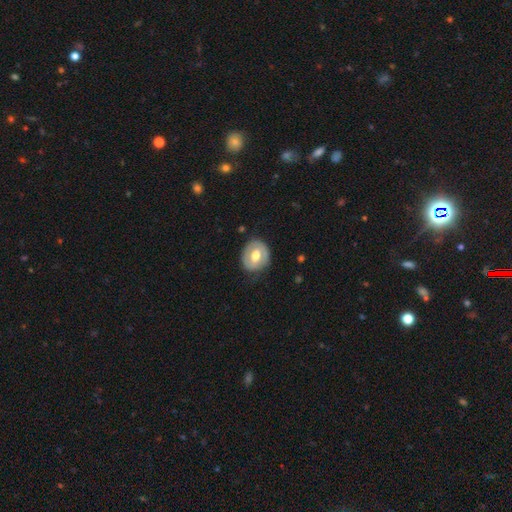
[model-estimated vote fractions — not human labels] Smooth or featured?
  - featured or disk: 51% *
  - smooth: 44%
  - star or artifact: 6%
Edge-on disk?
  - no: 95% *
  - yes: 5%
Merging?
  - none: 77% *
  - minor disturbance: 16%
  - major disturbance: 5%
  - merger: 1%